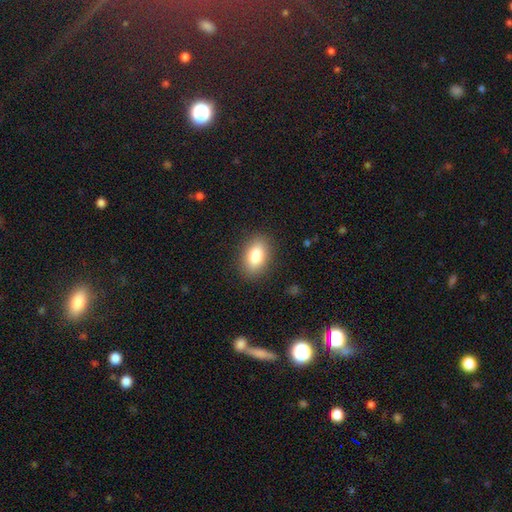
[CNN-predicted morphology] A smooth galaxy with no disk features (83%) that is in between round and cigar-shaped (88%).

Vote fractions:
- Smooth or featured? smooth: 83% / featured or disk: 9% / star or artifact: 8%
- How rounded? in between: 88% / round: 10% / cigar-shaped: 2%
- Merging? none: 87% / minor disturbance: 9% / major disturbance: 3% / merger: 1%